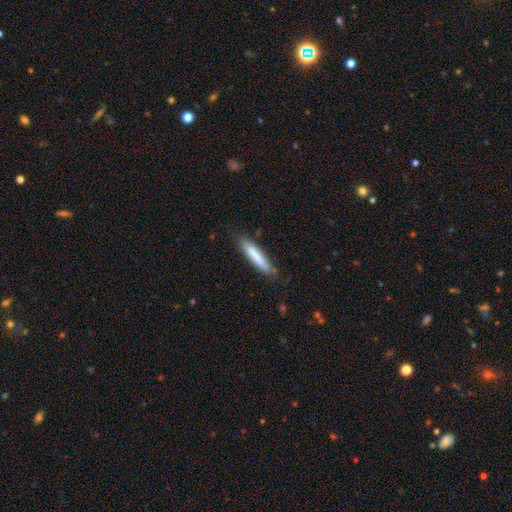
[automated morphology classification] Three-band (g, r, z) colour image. It shows a smooth galaxy with no disk features (78%) that is cigar-shaped (90%). Merging: none (81%).